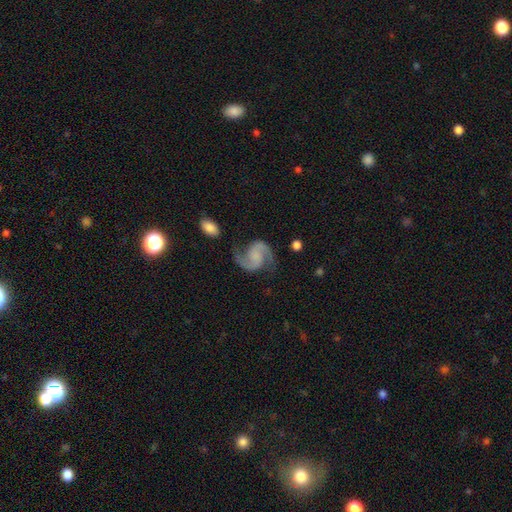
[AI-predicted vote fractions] This is clearly a featured or disk galaxy (90%). It is clearly not viewed edge-on (98%). Bar: possibly no (56%). Spiral arm pattern: clearly yes (98%). Spiral arm count: clearly 2 (94%). Spiral winding: possibly medium (55%). Central bulge: likely none (60%). Merging: likely none (77%).